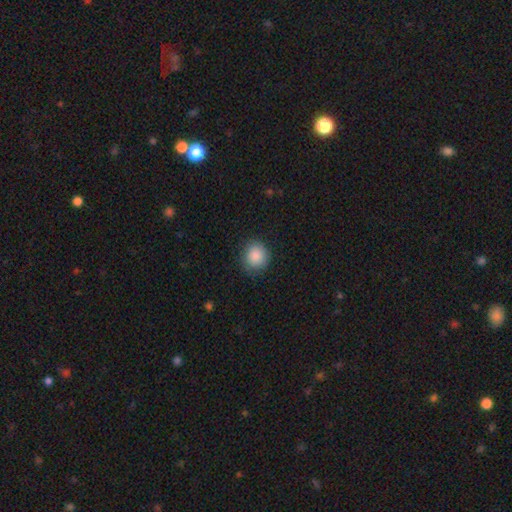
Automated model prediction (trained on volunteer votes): Smooth or featured? Predicted: smooth (p=0.88). How rounded? Predicted: round (p=0.84). Merging? Predicted: none (p=0.85).